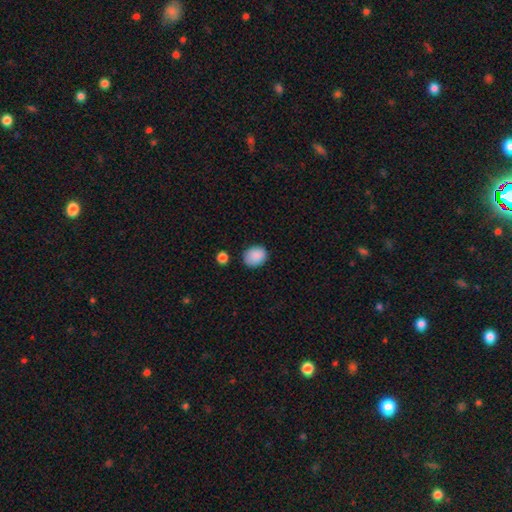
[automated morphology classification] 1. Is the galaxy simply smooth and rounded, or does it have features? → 89% smooth, 8% star or artifact, 4% featured or disk.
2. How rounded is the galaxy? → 53% round, 46% in between, 1% cigar-shaped.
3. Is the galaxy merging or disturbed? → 80% none, 14% minor disturbance, 3% merger, 3% major disturbance.